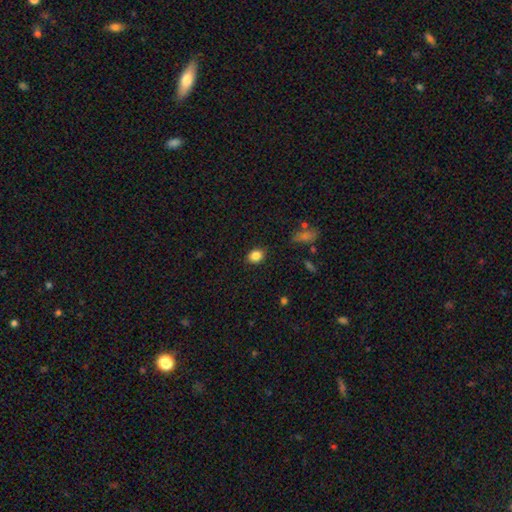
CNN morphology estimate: smooth_or_featured: smooth (p=0.85) [alt: star or artifact p=0.10]
how_rounded: in between (p=0.51) [alt: round p=0.47]
merging: none (p=0.87) [alt: minor disturbance p=0.09]